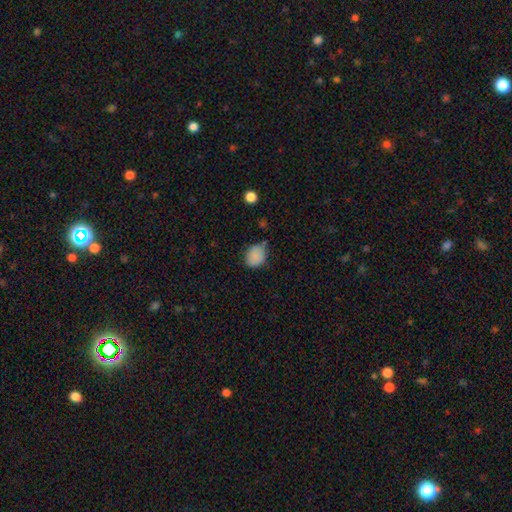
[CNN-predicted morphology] Smooth or featured?
  - smooth: 85% *
  - star or artifact: 9%
  - featured or disk: 5%
How rounded?
  - round: 57% *
  - in between: 42%
  - cigar-shaped: 1%
Merging?
  - none: 64% *
  - minor disturbance: 26%
  - major disturbance: 5%
  - merger: 5%